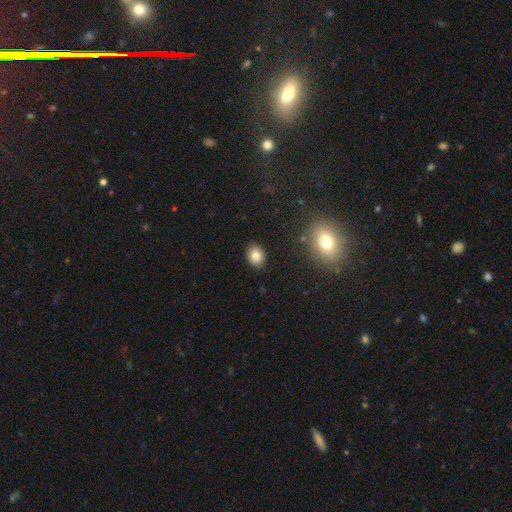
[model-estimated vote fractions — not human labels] The model was most divided on "how rounded": in between: 66%, round: 33%, cigar-shaped: 1%. More confident: merging — none (88%); smooth or featured — smooth (83%).